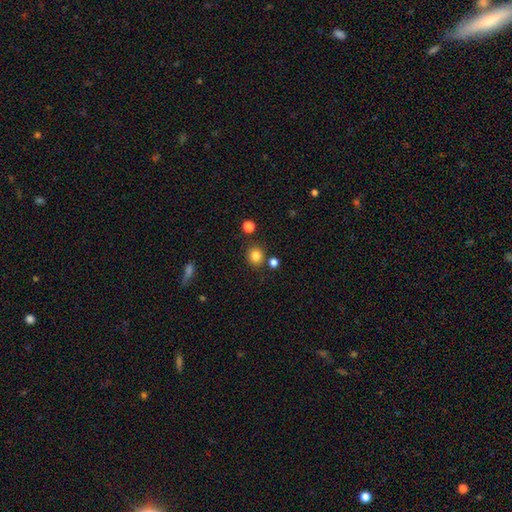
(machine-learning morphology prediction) This is clearly a smooth galaxy (83%). How rounded: clearly round (86%). Merging: clearly none (82%).